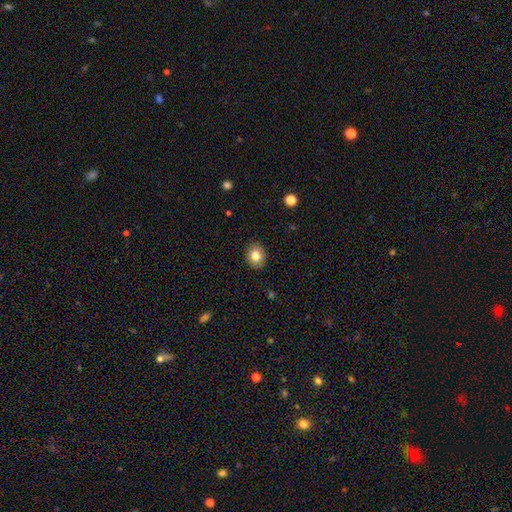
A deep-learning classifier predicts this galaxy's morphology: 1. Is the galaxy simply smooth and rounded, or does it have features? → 81% smooth, 10% featured or disk, 9% star or artifact.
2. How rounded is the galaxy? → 60% round, 39% in between, 1% cigar-shaped.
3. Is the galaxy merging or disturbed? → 89% none, 8% minor disturbance, 2% major disturbance, 1% merger.